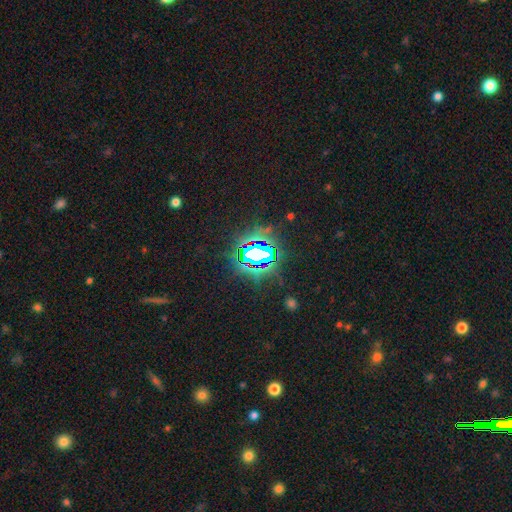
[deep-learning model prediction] smooth_or_featured: star or artifact (p=0.77) [alt: smooth p=0.12]